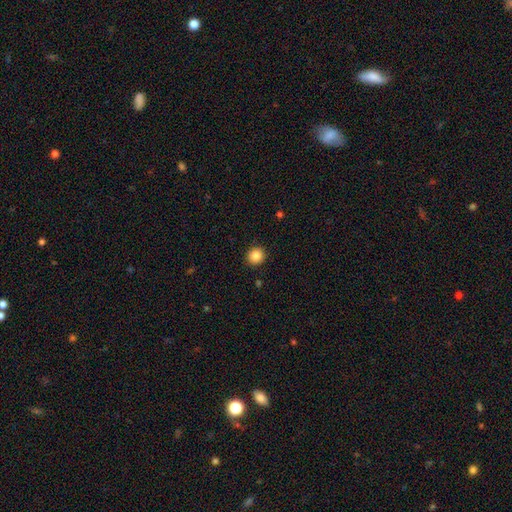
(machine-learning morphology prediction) Smooth or featured?
  - smooth: 85% *
  - star or artifact: 10%
  - featured or disk: 5%
How rounded?
  - round: 92% *
  - in between: 7%
  - cigar-shaped: 1%
Merging?
  - none: 92% *
  - minor disturbance: 5%
  - major disturbance: 2%
  - merger: 1%